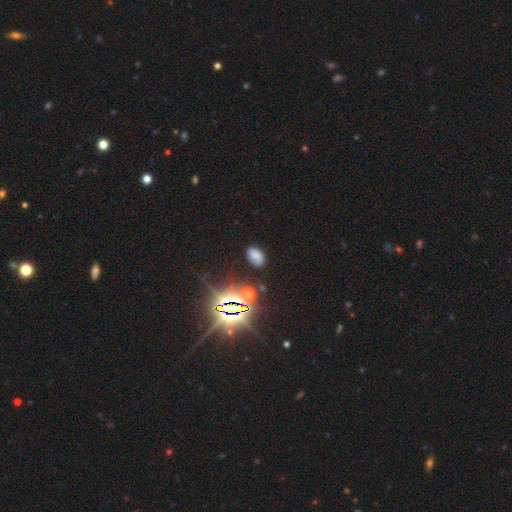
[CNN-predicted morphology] Smooth or featured: smooth — 55% (star or artifact — 26%)
How rounded: in between — 87% (round — 11%)
Merging: none — 82% (minor disturbance — 13%)